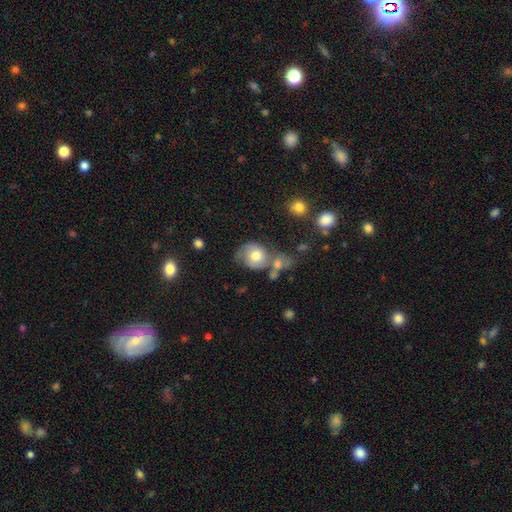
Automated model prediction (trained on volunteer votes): This appears to be a smooth galaxy with no disk features (57%) that is round (66%). Merging: none (38%).